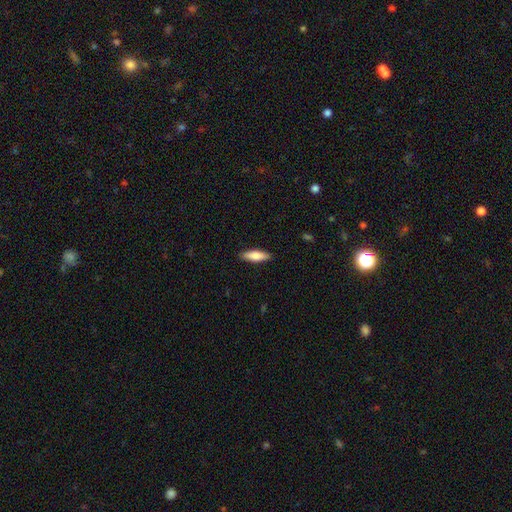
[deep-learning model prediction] Smooth or featured?
  - smooth: 77% *
  - featured or disk: 18%
  - star or artifact: 5%
How rounded?
  - cigar-shaped: 54% *
  - in between: 44%
  - round: 2%
Merging?
  - none: 89% *
  - minor disturbance: 8%
  - major disturbance: 2%
  - merger: 1%